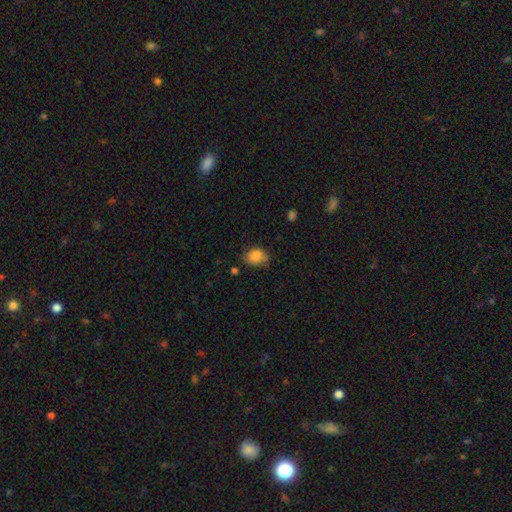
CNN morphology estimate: Smooth or featured? smooth (85%)
How rounded? in between (62%)
Merging? none (62%)